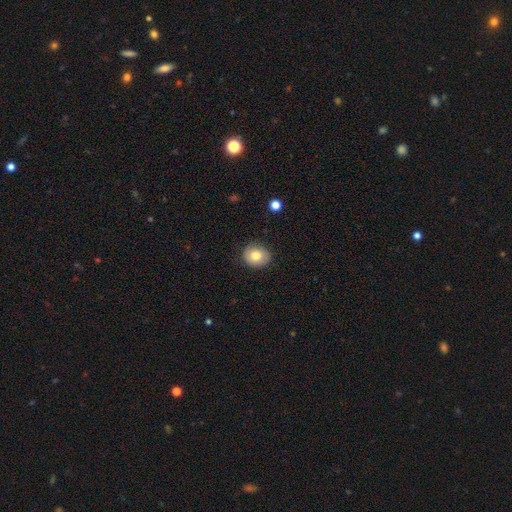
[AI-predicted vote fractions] The model was most divided on "how rounded": round: 68%, in between: 31%, cigar-shaped: 1%. More confident: merging — none (85%); smooth or featured — smooth (80%).